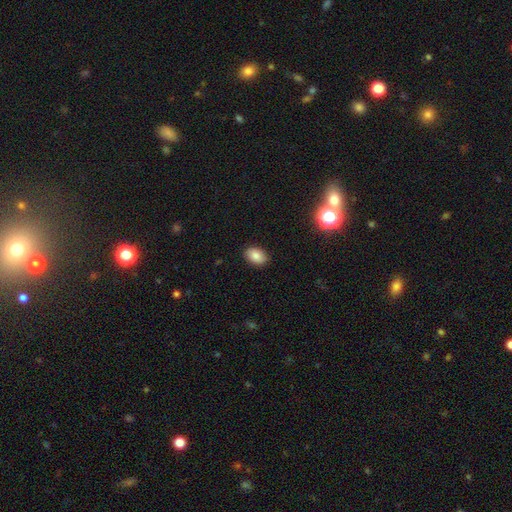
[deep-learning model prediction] smooth-or-featured: smooth: 84% | star or artifact: 9% | featured or disk: 7%
  how-rounded: in between: 85% | round: 13% | cigar-shaped: 1%
  merging: none: 89% | minor disturbance: 8% | major disturbance: 2% | merger: 1%